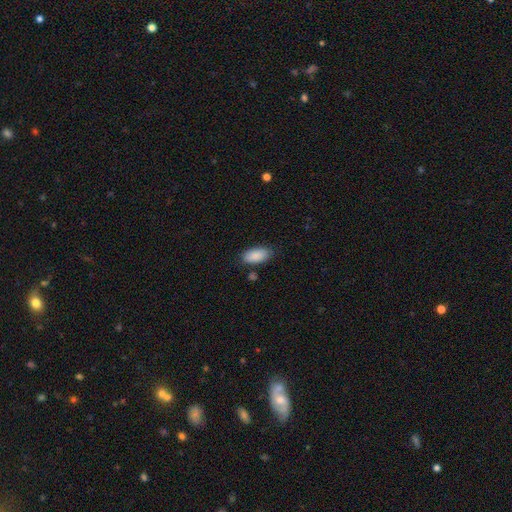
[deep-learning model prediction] Smooth or featured?
  - smooth: 89% *
  - star or artifact: 7%
  - featured or disk: 5%
How rounded?
  - in between: 92% *
  - cigar-shaped: 5%
  - round: 3%
Merging?
  - none: 81% *
  - minor disturbance: 13%
  - merger: 3%
  - major disturbance: 3%